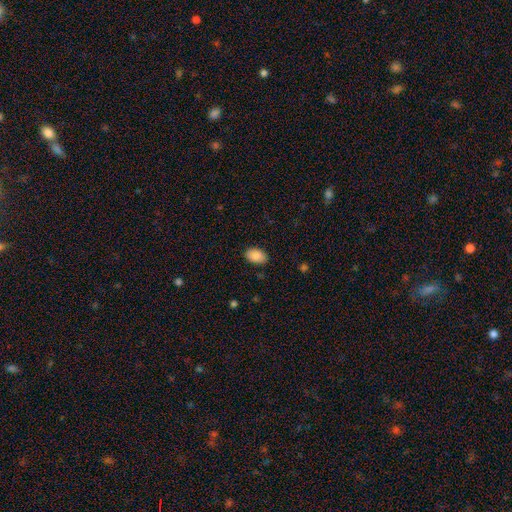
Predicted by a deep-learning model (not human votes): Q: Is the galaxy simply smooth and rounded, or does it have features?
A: smooth — 87%.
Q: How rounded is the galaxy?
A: in between — 91%.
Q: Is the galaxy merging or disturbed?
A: none — 87%.